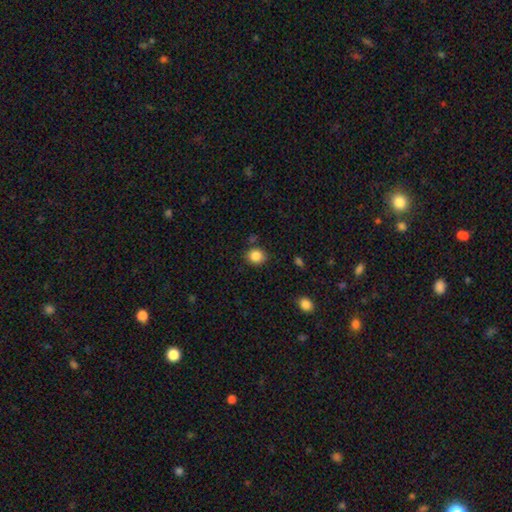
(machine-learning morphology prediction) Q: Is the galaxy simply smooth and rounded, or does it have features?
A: smooth — 86%.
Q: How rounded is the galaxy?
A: round — 75%.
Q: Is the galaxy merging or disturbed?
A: none — 80%.